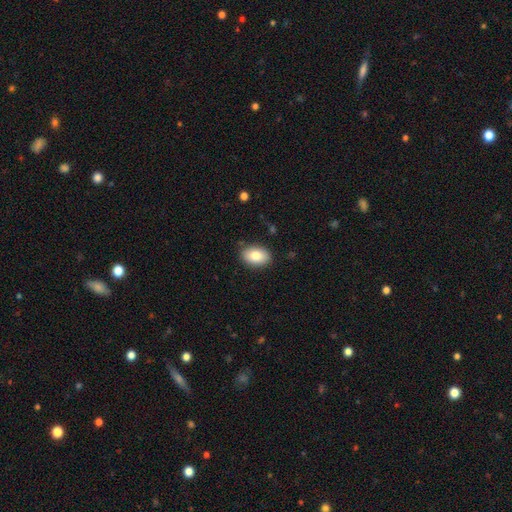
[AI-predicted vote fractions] smooth-or-featured: smooth: 83% | featured or disk: 10% | star or artifact: 7%
  how-rounded: in between: 87% | round: 12% | cigar-shaped: 1%
  merging: none: 86% | minor disturbance: 11% | major disturbance: 2% | merger: 1%